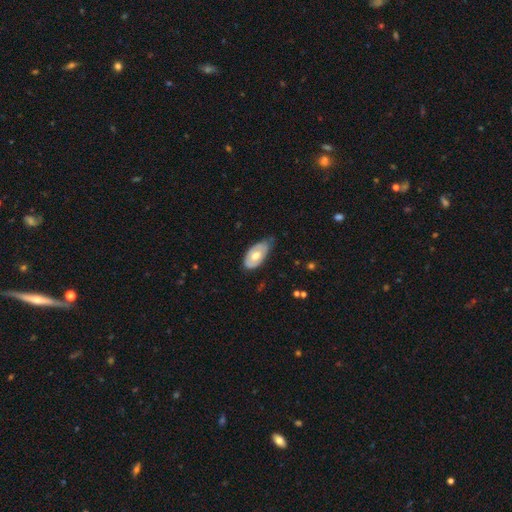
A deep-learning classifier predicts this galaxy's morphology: smooth 51%, featured or disk 44%, star or artifact 5%. Down the decision tree: how rounded — in between (93%); merging — none (52%).